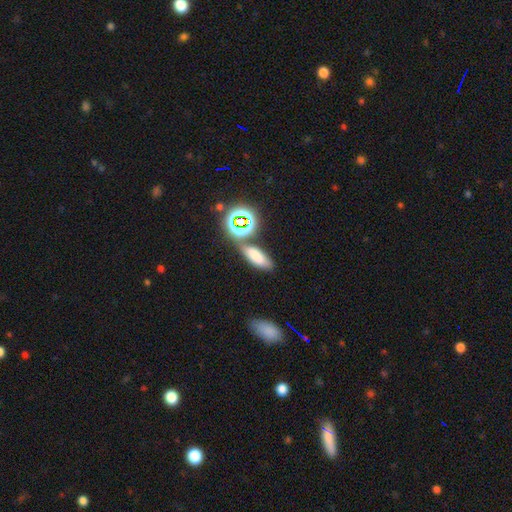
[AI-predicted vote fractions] A smooth galaxy with no disk features (71%) that is in between round and cigar-shaped (67%).

Vote fractions:
- Smooth or featured? smooth: 71% / star or artifact: 19% / featured or disk: 10%
- How rounded? in between: 67% / cigar-shaped: 23% / round: 10%
- Merging? none: 63% / merger: 19% / minor disturbance: 14% / major disturbance: 5%